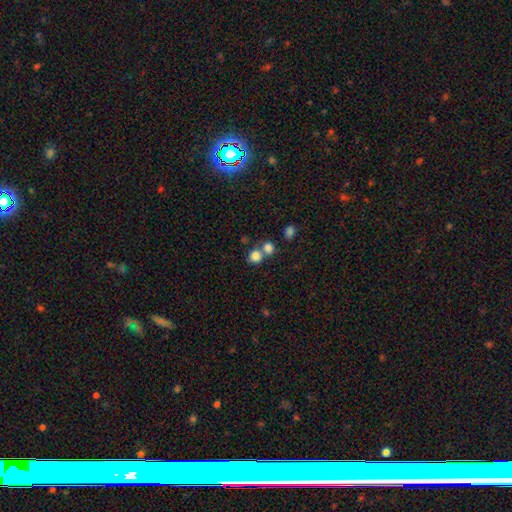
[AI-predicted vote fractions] Morphology: type=smooth (82%); roundness=round (77%); merging=merger (46%).